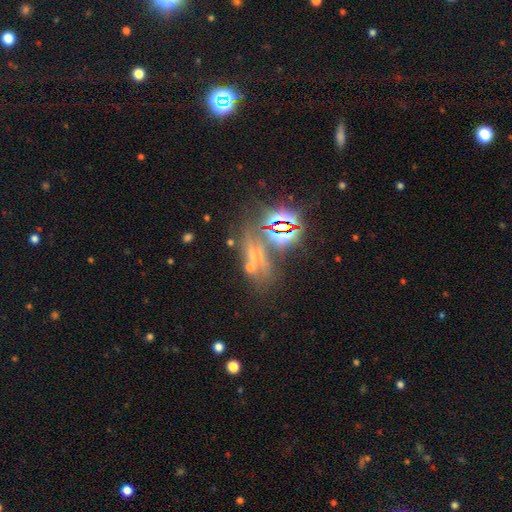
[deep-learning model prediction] This appears to be a star or artifact, not a galaxy (48%).